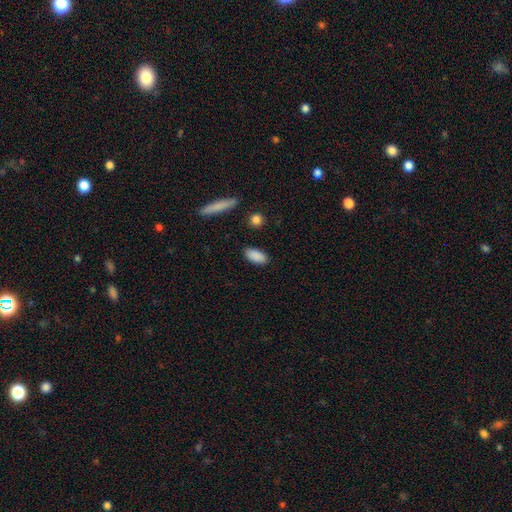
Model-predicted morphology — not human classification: A smooth galaxy with no disk features (89%) that is in between round and cigar-shaped (89%). Merging: none (88%).